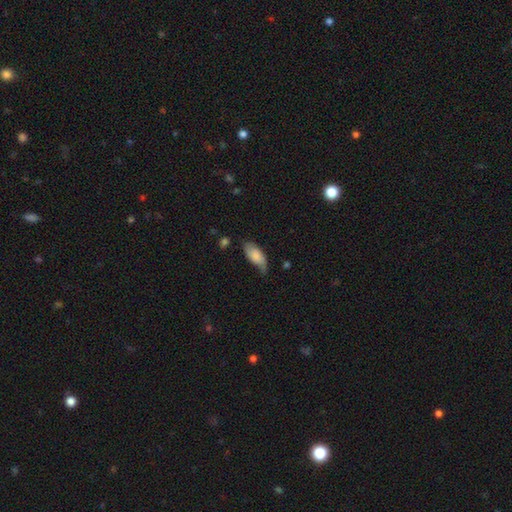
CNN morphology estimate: smooth_or_featured: smooth (p=0.72) [alt: featured or disk p=0.21]
how_rounded: in between (p=0.88) [alt: cigar-shaped p=0.10]
merging: none (p=0.49) [alt: minor disturbance p=0.38]